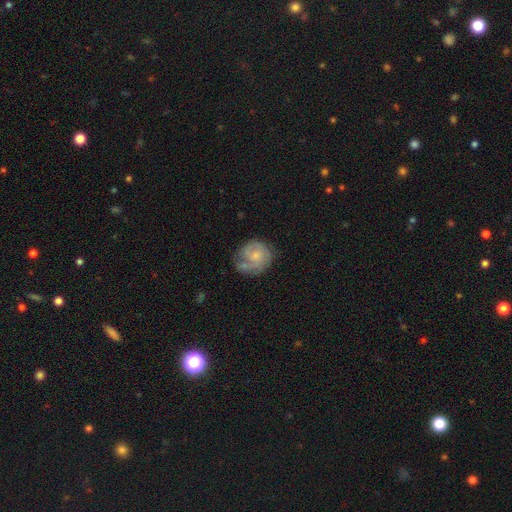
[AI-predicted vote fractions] A featured or disk galaxy (62%) with no bar (74%), spiral arms (81%) and a small central bulge (57%).

Vote fractions:
- Smooth or featured? featured or disk: 62% / smooth: 32% / star or artifact: 6%
- Edge-on disk? no: 98% / yes: 2%
- Bar? no: 74% / weak: 23% / strong: 3%
- Spiral arms? yes: 81% / no: 19%
- Bulge size? small: 57% / moderate: 31% / none: 9% / large: 2% / dominant: 1%
- Merging? none: 54% / minor disturbance: 25% / major disturbance: 14% / merger: 7%